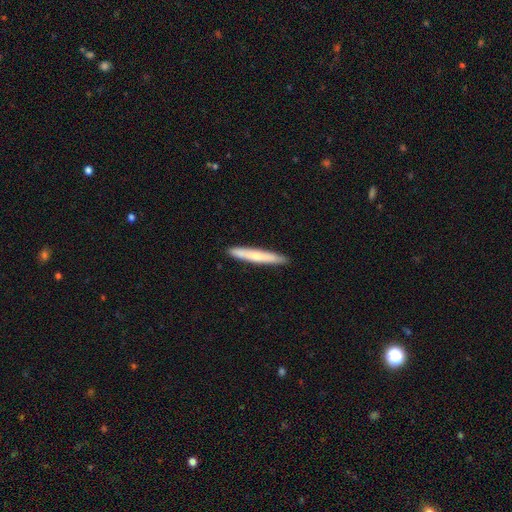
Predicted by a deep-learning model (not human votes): A smooth galaxy with no disk features (61%) that is cigar-shaped (96%).

Vote fractions:
- Smooth or featured? smooth: 61% / featured or disk: 34% / star or artifact: 5%
- How rounded? cigar-shaped: 96% / in between: 3% / round: 1%
- Merging? none: 90% / minor disturbance: 7% / major disturbance: 1% / merger: 1%